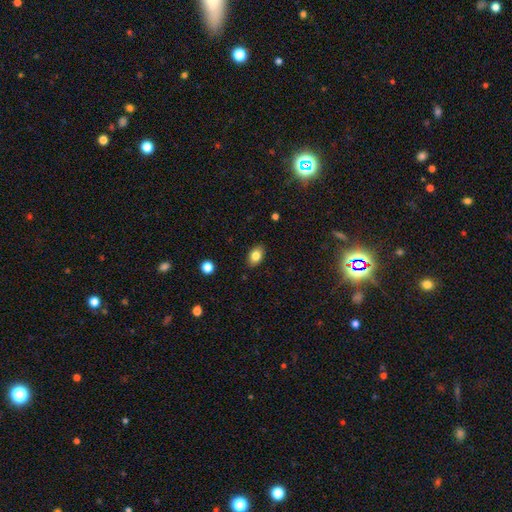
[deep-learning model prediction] A smooth galaxy with no disk features (82%) that is in between round and cigar-shaped (83%). Merging: none (87%).